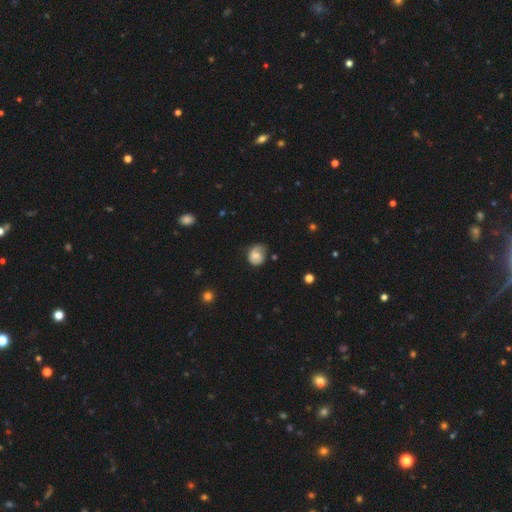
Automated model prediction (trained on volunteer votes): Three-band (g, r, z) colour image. It shows a smooth galaxy with no disk features (64%) that is round (65%). Merging: none (49%).